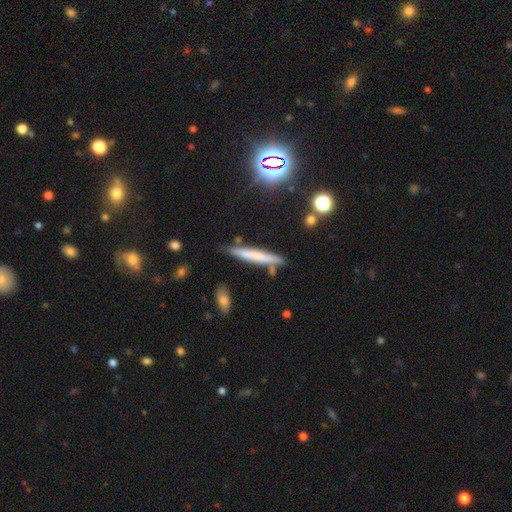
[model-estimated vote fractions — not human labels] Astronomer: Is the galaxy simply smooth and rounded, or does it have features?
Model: smooth — 58%.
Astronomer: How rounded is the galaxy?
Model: cigar-shaped — 94%.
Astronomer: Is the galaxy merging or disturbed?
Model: none — 78%.